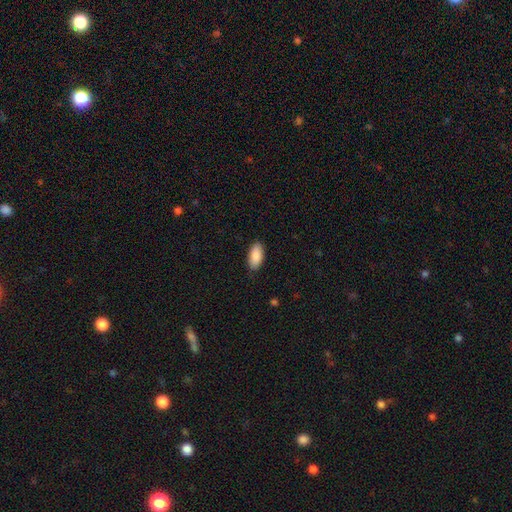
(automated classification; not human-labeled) Smooth or featured? smooth (89%)
How rounded? in between (92%)
Merging? none (85%)